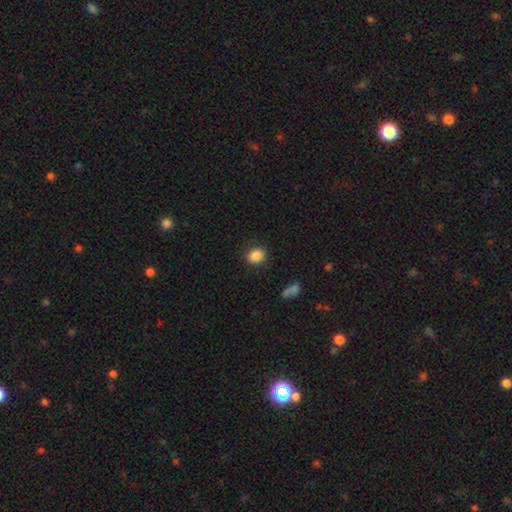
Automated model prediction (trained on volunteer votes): Morphology: type=smooth (87%); roundness=round (67%); merging=none (85%).